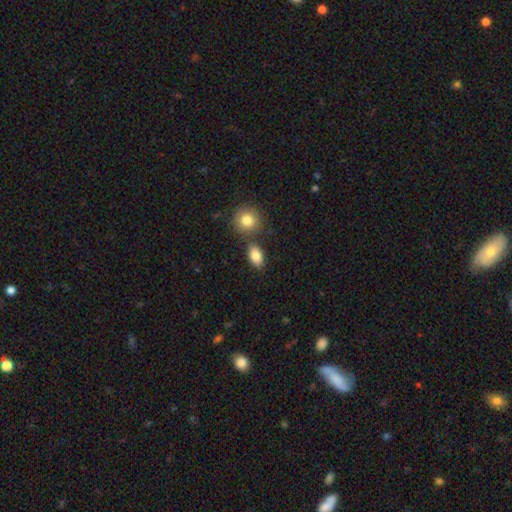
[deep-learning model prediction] Smooth or featured?
  - smooth: 84% *
  - featured or disk: 8%
  - star or artifact: 8%
How rounded?
  - in between: 85% *
  - round: 13%
  - cigar-shaped: 2%
Merging?
  - none: 73% *
  - merger: 13%
  - minor disturbance: 11%
  - major disturbance: 3%